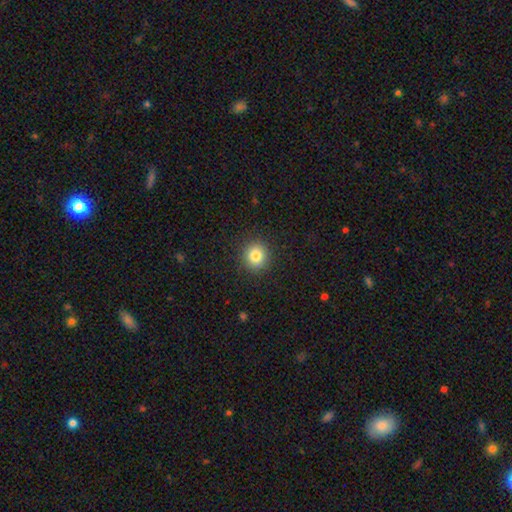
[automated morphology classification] Q: Smooth or featured?
A: smooth (81%); runner-up: star or artifact (12%)
Q: How rounded?
A: round (90%); runner-up: in between (9%)
Q: Merging?
A: none (90%); runner-up: minor disturbance (7%)